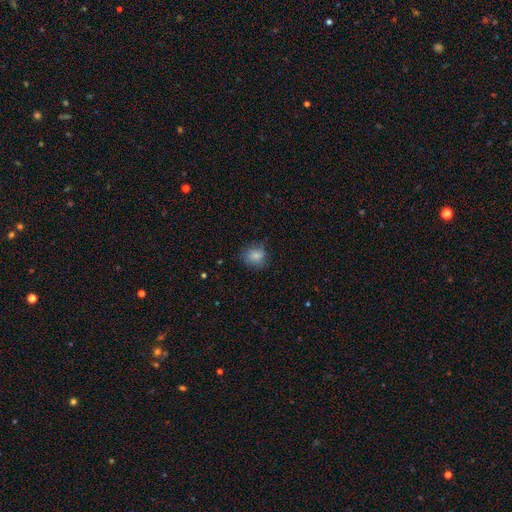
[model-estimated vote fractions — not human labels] Morphology: type=smooth (80%); roundness=round (68%); merging=none (70%).